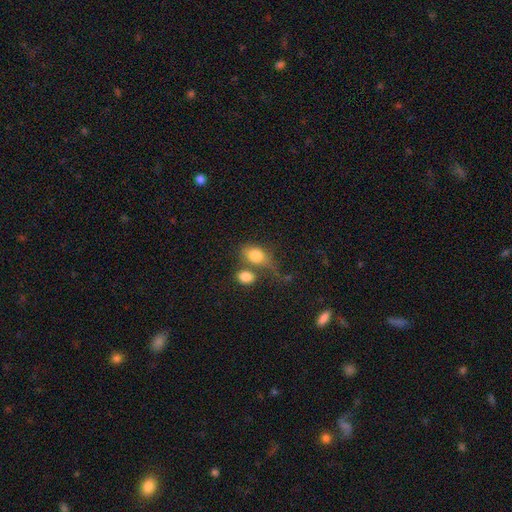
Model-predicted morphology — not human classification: The model was most divided on "merging": merger: 37%, none: 36%, minor disturbance: 16%, major disturbance: 12%. More confident: smooth or featured — smooth (79%); how rounded — in between (73%).